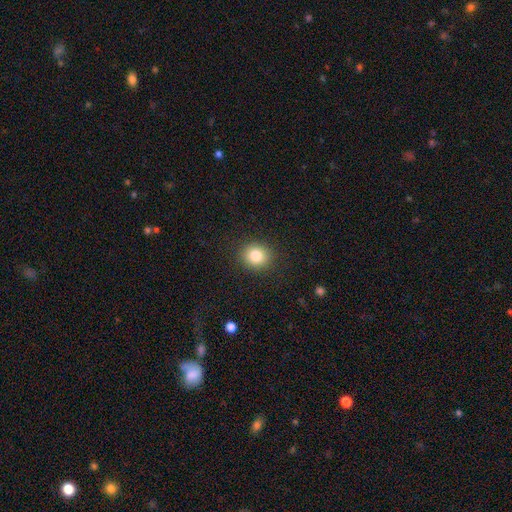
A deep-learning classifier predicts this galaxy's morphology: A smooth galaxy with no disk features (83%) that is round (80%). Merging: none (90%).